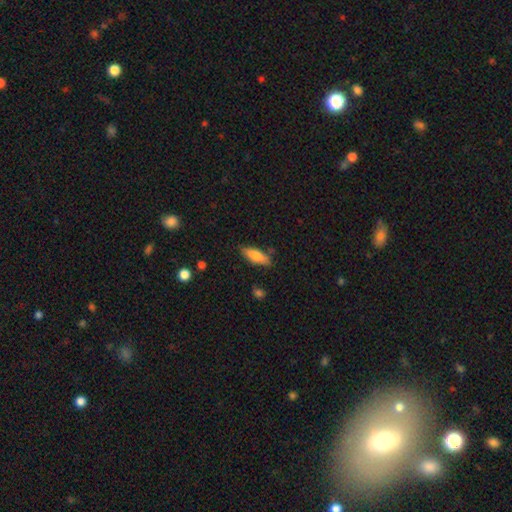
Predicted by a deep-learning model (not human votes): Morphology: type=smooth (74%); roundness=in between (55%); merging=none (79%).